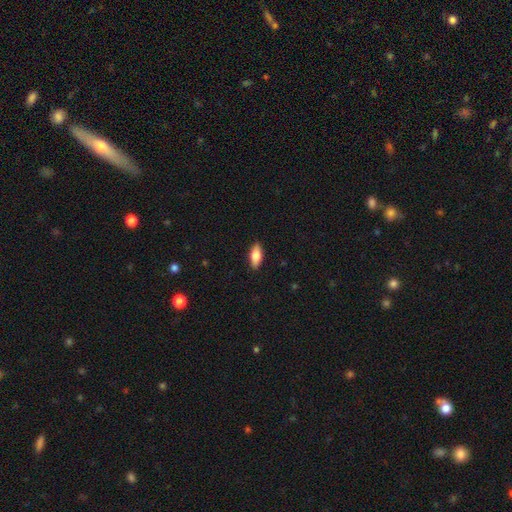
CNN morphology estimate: Smooth or featured: smooth — 76% (featured or disk — 18%)
How rounded: in between — 78% (cigar-shaped — 19%)
Merging: none — 89% (minor disturbance — 9%)